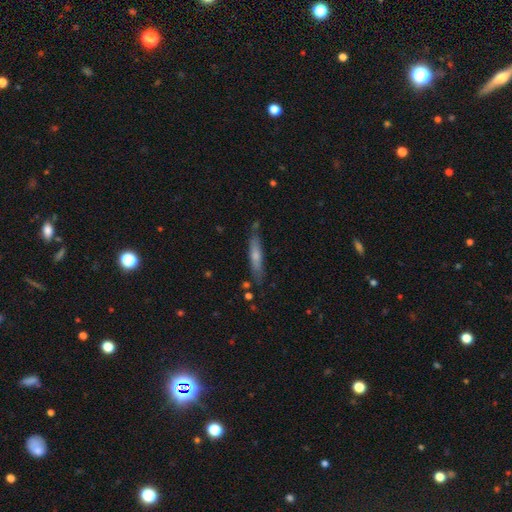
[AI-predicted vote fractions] Smooth or featured? smooth (55%)
How rounded? cigar-shaped (89%)
Merging? none (78%)